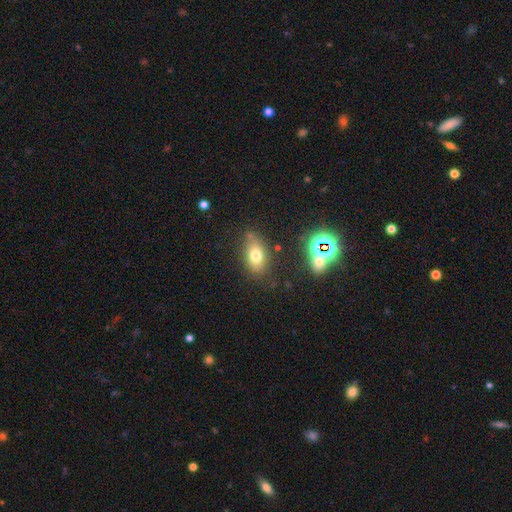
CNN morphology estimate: smooth_or_featured: smooth (p=0.72) [alt: featured or disk p=0.14]
how_rounded: in between (p=0.83) [alt: round p=0.12]
merging: none (p=0.74) [alt: minor disturbance p=0.15]